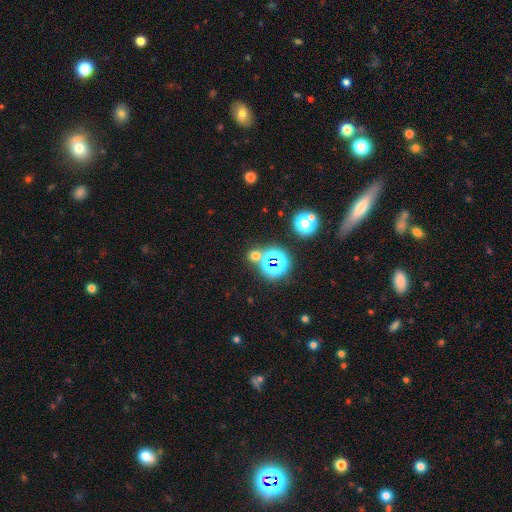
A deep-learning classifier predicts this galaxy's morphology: smooth 50%, star or artifact 43%, featured or disk 7%. Down the decision tree: how rounded — round (83%); merging — none (71%).